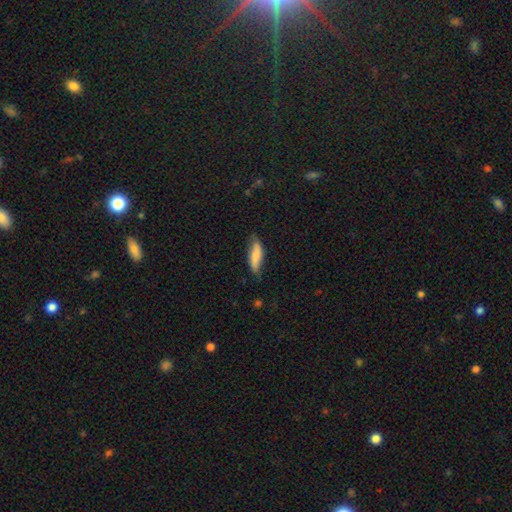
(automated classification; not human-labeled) The model was most divided on "how rounded": cigar-shaped: 57%, in between: 41%, round: 2%. More confident: smooth or featured — smooth (77%); merging — none (64%).